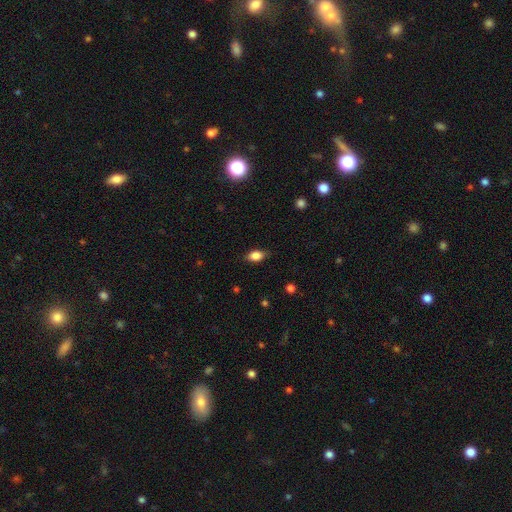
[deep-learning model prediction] Overall: smooth (83%). How rounded: in between (86%). Merging: none (81%).